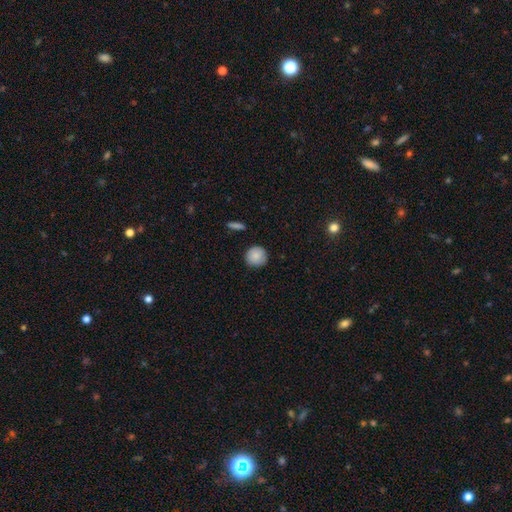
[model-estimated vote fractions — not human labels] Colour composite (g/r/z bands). It shows a smooth galaxy with no disk features (87%) that is round (93%). Merging: none (88%).